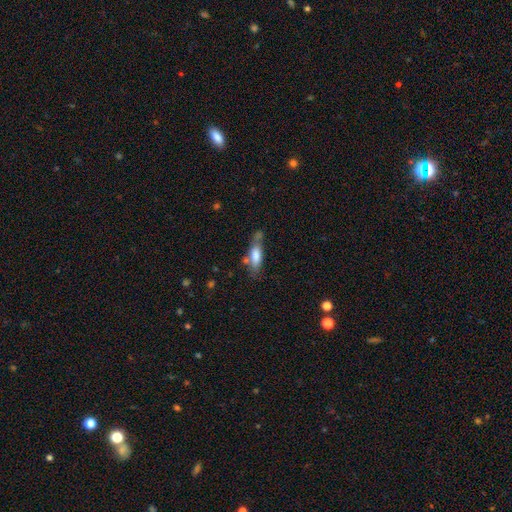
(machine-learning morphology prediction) Overall: smooth (70%). How rounded: in between (55%; cigar-shaped 43%). Merging: none (49%; minor disturbance 26%).